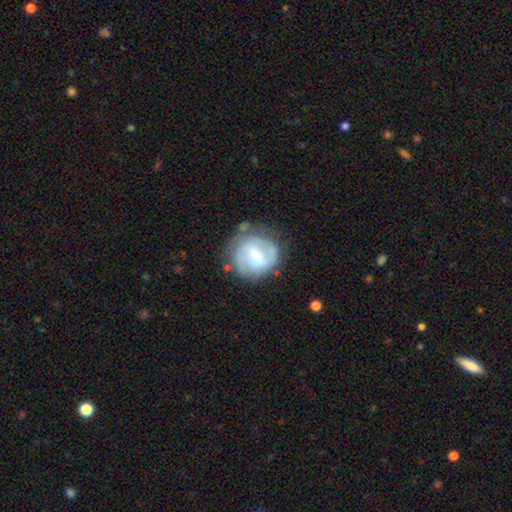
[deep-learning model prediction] This appears to be a featured or disk galaxy (62%) with a weak bar (59%), spiral arms (73%) and a moderate central bulge (58%). Merging: none (64%).